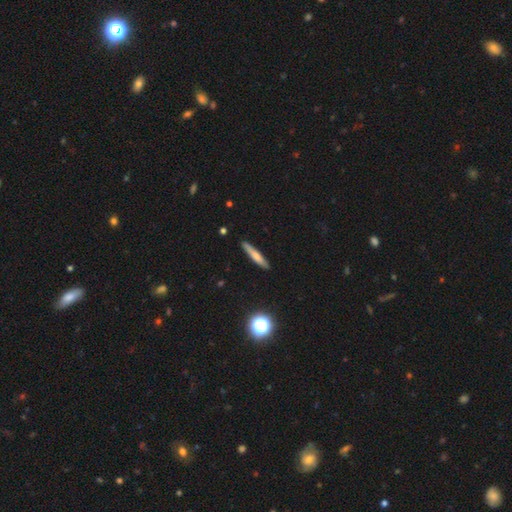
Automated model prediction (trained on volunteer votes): smooth_or_featured: smooth (p=0.62) [alt: featured or disk p=0.30]
how_rounded: cigar-shaped (p=0.91) [alt: in between p=0.07]
merging: none (p=0.88) [alt: minor disturbance p=0.09]